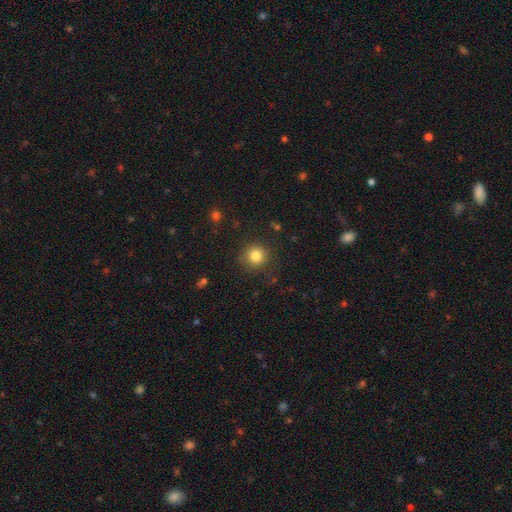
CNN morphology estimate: A smooth galaxy with no disk features (83%) that is round (93%).

Vote fractions:
- Smooth or featured? smooth: 83% / star or artifact: 11% / featured or disk: 6%
- How rounded? round: 93% / in between: 6% / cigar-shaped: 1%
- Merging? none: 86% / minor disturbance: 9% / major disturbance: 4% / merger: 1%